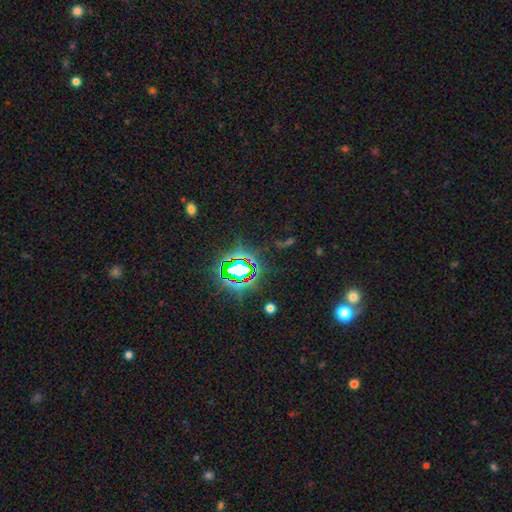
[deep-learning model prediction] star or artifact 80%, smooth 12%, featured or disk 8%.